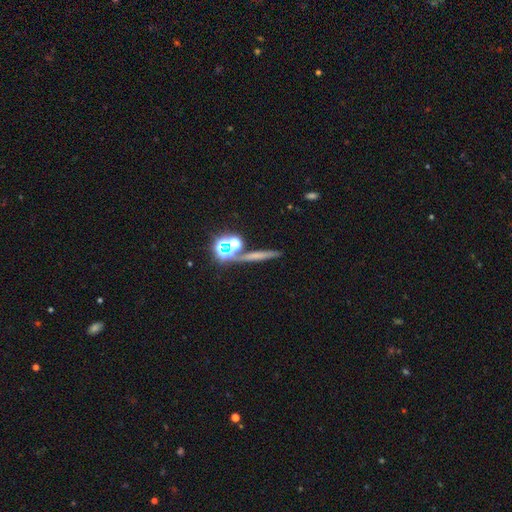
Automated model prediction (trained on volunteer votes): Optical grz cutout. It shows a smooth galaxy with no disk features (43%). Merging: none (74%).